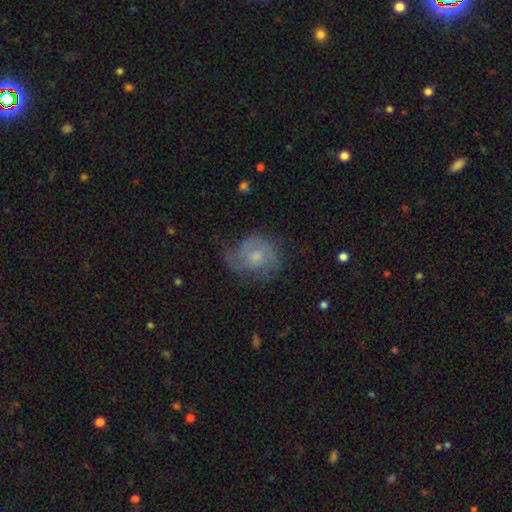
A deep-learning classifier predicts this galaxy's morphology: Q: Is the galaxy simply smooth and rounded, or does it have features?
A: featured or disk — 54%.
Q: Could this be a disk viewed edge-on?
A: no — 97%.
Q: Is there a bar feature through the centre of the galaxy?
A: no — 75%.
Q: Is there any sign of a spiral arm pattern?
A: yes — 77%.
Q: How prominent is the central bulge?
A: moderate — 45%.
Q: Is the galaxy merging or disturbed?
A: none — 52%.